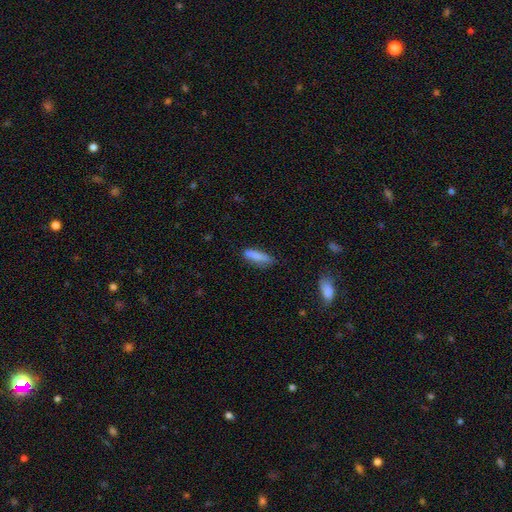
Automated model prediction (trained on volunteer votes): smooth 84%, featured or disk 9%, star or artifact 7%. Down the decision tree: how rounded — cigar-shaped (65%); merging — none (70%).